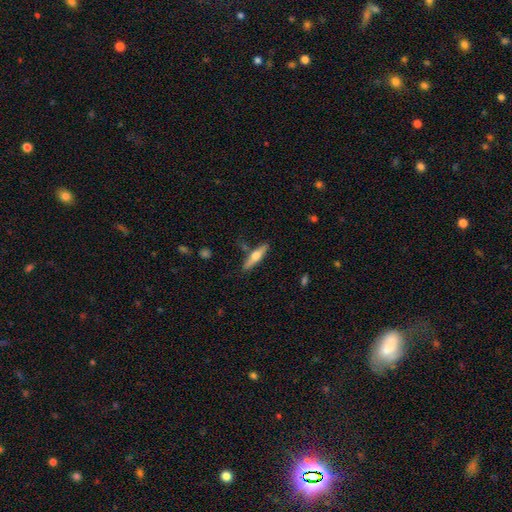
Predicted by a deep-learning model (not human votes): featured or disk 49%, smooth 45%, star or artifact 6%. Down the decision tree: merging — none (81%).